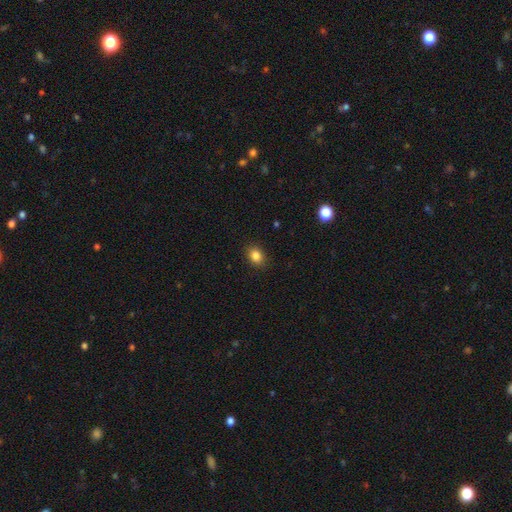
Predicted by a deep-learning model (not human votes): smooth-or-featured: smooth: 85% | star or artifact: 10% | featured or disk: 4%
  how-rounded: in between: 59% | round: 40% | cigar-shaped: 1%
  merging: none: 89% | minor disturbance: 8% | major disturbance: 2% | merger: 1%